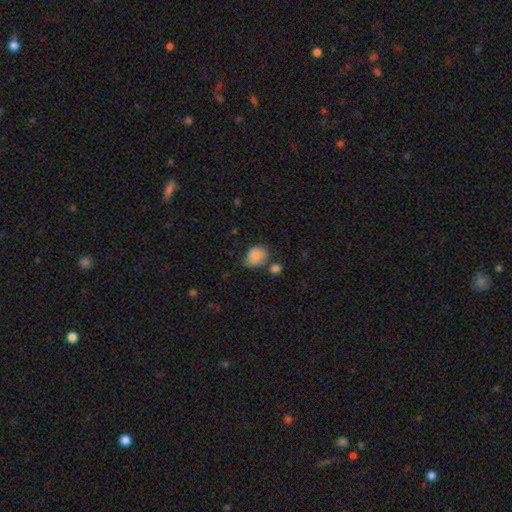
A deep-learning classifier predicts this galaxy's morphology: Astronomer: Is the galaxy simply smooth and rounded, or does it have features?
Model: smooth — 76%.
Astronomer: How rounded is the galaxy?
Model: round — 51% (runner-up: in between, 48%).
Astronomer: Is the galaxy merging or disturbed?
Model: none — 50% (runner-up: minor disturbance, 29%).